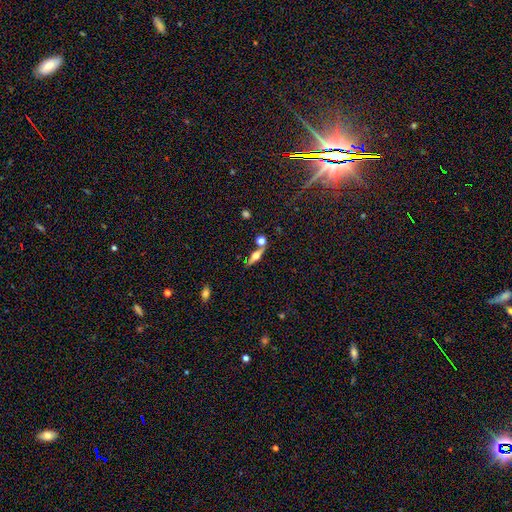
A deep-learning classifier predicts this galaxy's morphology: This appears to be a featured or disk galaxy (63%) viewed edge-on (93%) with a rounded central bulge (95%). Merging: none (70%).